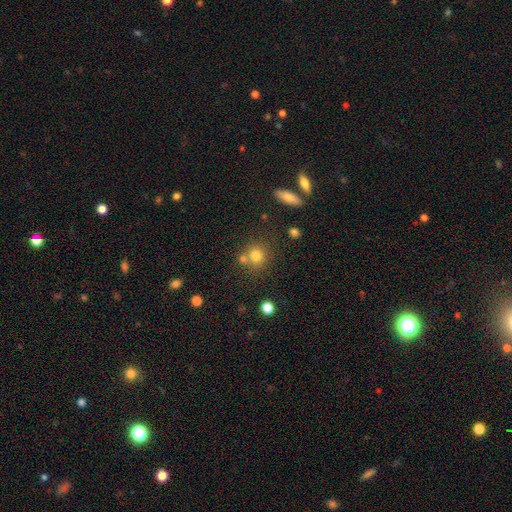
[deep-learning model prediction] This appears to be a smooth galaxy with no disk features (77%) that is round (85%). Merging: none (63%).